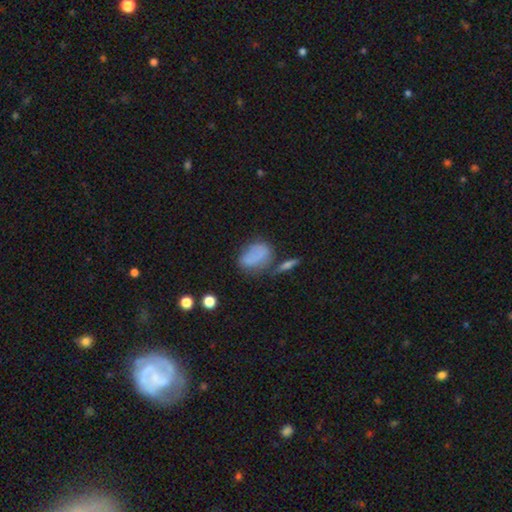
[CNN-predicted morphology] Smooth or featured? smooth (74%)
How rounded? in between (81%)
Merging? none (46%)